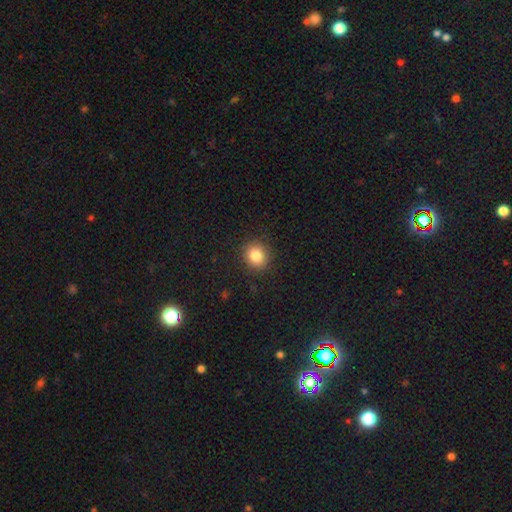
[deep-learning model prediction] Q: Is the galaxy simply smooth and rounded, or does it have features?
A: smooth — 84%.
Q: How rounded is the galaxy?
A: round — 81%.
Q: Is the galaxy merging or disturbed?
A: none — 89%.